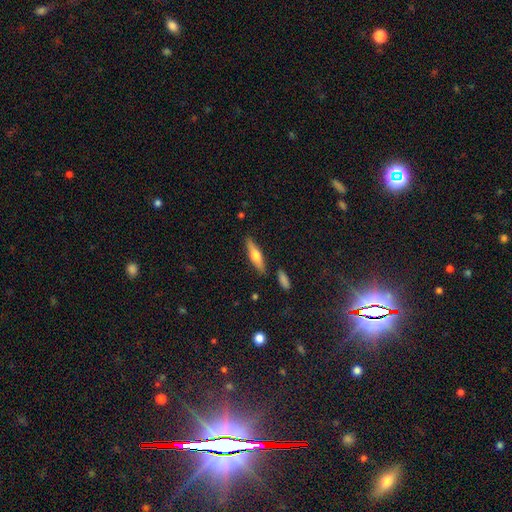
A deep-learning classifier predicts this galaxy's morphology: Smooth or featured? smooth (48%)
Merging? none (85%)